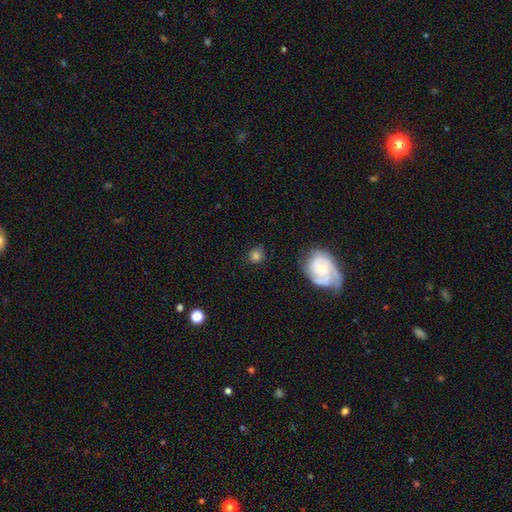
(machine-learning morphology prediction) Smooth or featured: smooth — 73% (featured or disk — 16%)
How rounded: round — 74% (in between — 25%)
Merging: none — 75% (minor disturbance — 17%)